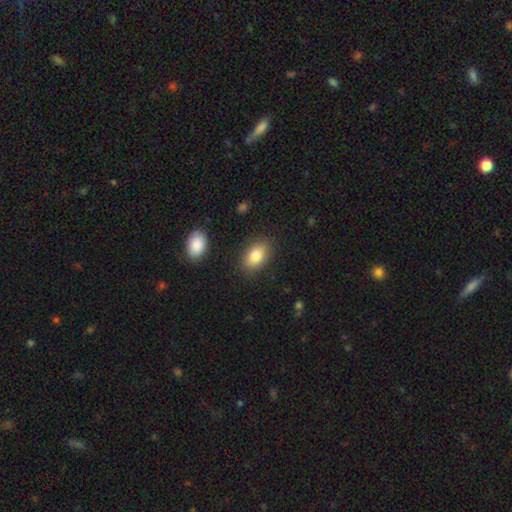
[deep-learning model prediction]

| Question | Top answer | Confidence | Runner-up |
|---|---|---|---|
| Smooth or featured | smooth | 83% | featured or disk (9%) |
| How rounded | in between | 88% | round (10%) |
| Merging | none | 85% | minor disturbance (10%) |